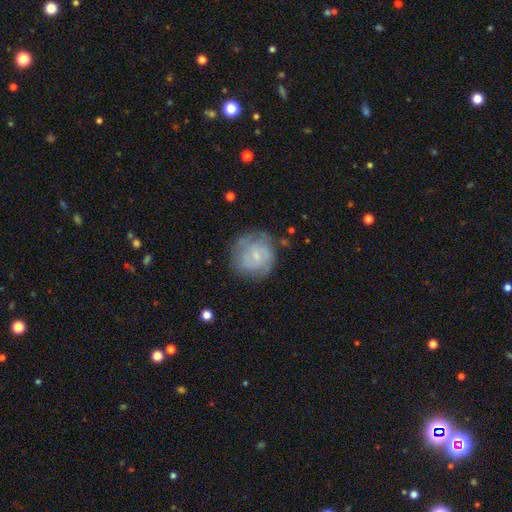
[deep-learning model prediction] smooth-or-featured: featured or disk: 52% | smooth: 40% | star or artifact: 8%
  disk-edge-on: no: 98% | yes: 2%
    bar: no: 57% | weak: 38% | strong: 6%
    has-spiral-arms: yes: 74% | no: 26%
    bulge-size: small: 71% | moderate: 16% | none: 11% | large: 1% | dominant: 1%
  merging: none: 69% | minor disturbance: 20% | major disturbance: 9% | merger: 2%